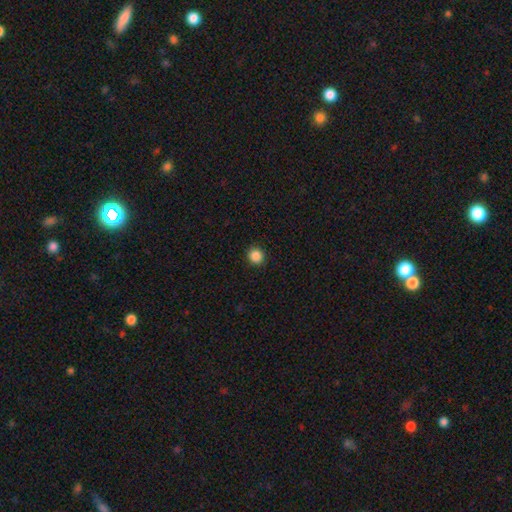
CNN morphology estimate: This appears to be a smooth galaxy with no disk features (87%) that is round (90%). Merging: none (92%).